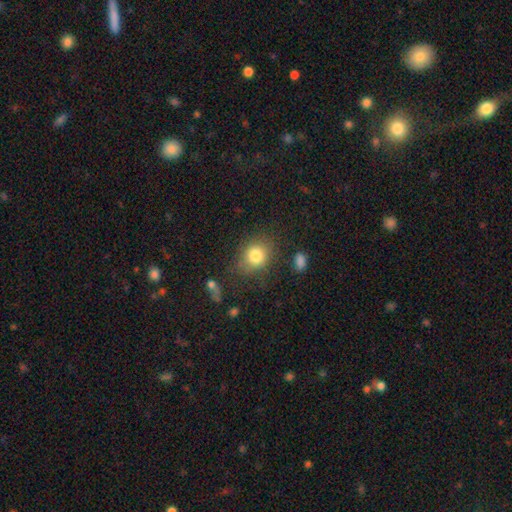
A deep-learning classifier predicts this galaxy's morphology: This is clearly a smooth galaxy (81%). How rounded: likely round (63%). Merging: likely none (74%).